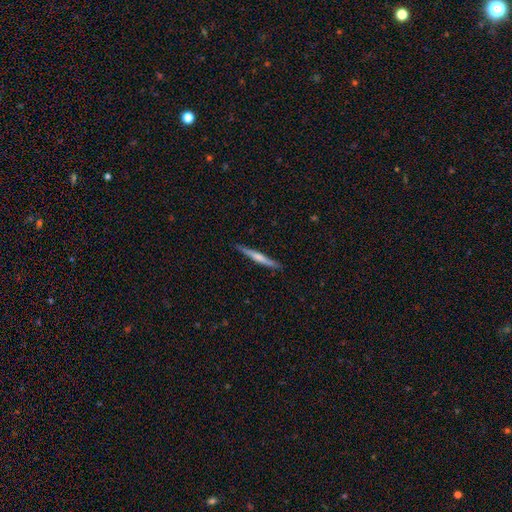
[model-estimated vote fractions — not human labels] This is possibly a featured or disk galaxy (59%). It is clearly viewed edge-on (97%). Edge-on bulge: possibly rounded (54%). Merging: clearly none (90%).